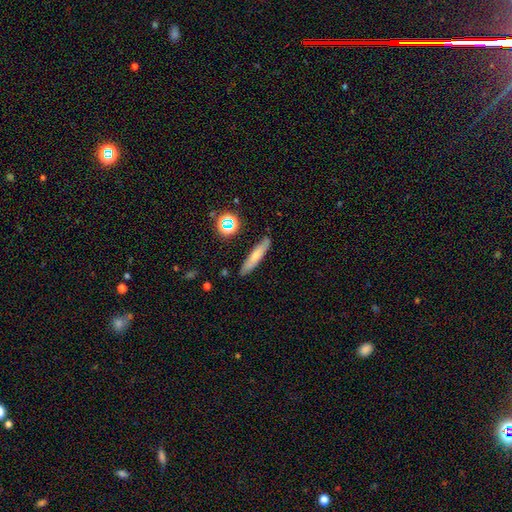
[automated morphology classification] type=smooth (64%); roundness=cigar-shaped (84%); merging=none (84%).